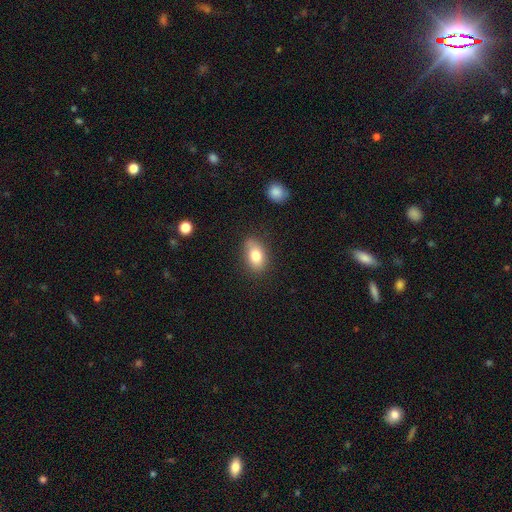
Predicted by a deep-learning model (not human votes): A smooth galaxy with no disk features (80%) that is in between round and cigar-shaped (85%). Merging: none (76%).